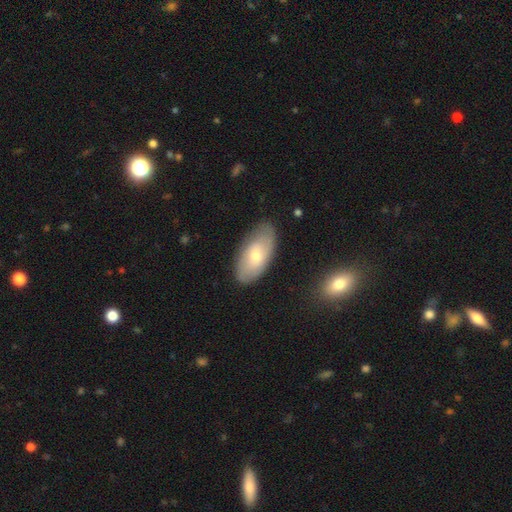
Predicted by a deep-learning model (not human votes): This appears to be a smooth galaxy with no disk features (56%) that is in between round and cigar-shaped (93%). Merging: none (77%).